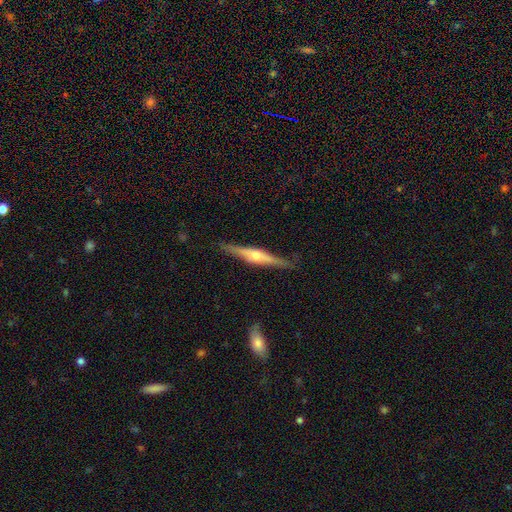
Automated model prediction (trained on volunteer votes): The model was most divided on "smooth or featured": featured or disk: 78%, smooth: 17%, star or artifact: 5%. More confident: edge-on disk — yes (97%); merging — none (87%); edge-on bulge — rounded (87%).